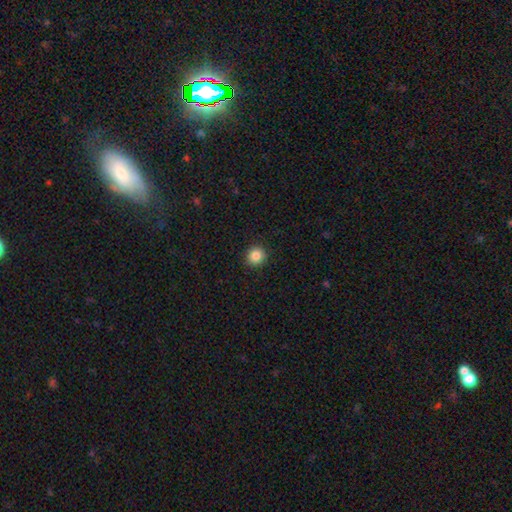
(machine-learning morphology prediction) smooth 87%, star or artifact 10%, featured or disk 4%. Down the decision tree: how rounded — round (92%); merging — none (92%).